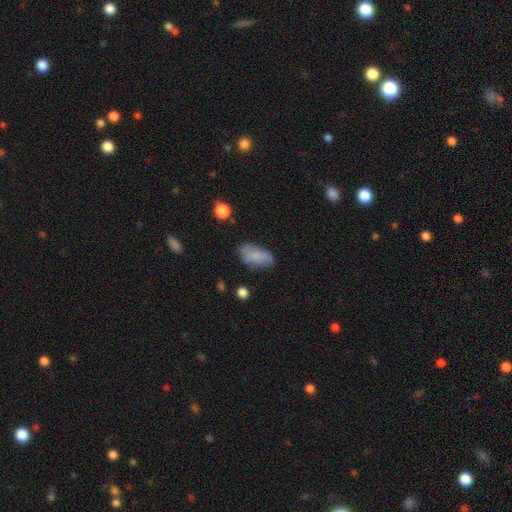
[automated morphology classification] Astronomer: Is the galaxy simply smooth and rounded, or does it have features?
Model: smooth — 77%.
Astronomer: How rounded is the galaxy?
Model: in between — 93%.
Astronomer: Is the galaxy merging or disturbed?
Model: none — 60%.